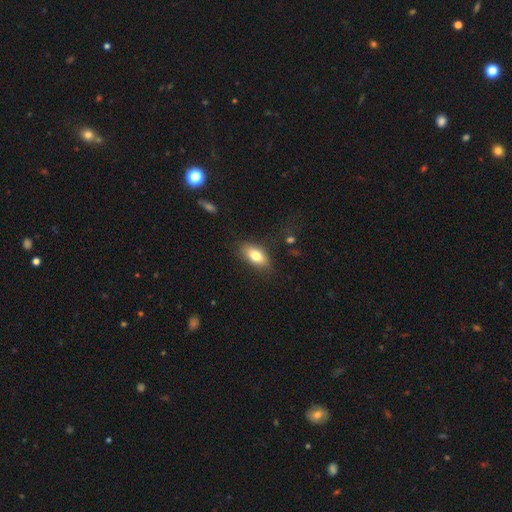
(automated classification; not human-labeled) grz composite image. It shows a smooth galaxy with no disk features (78%) that is in between round and cigar-shaped (88%). Merging: none (81%).